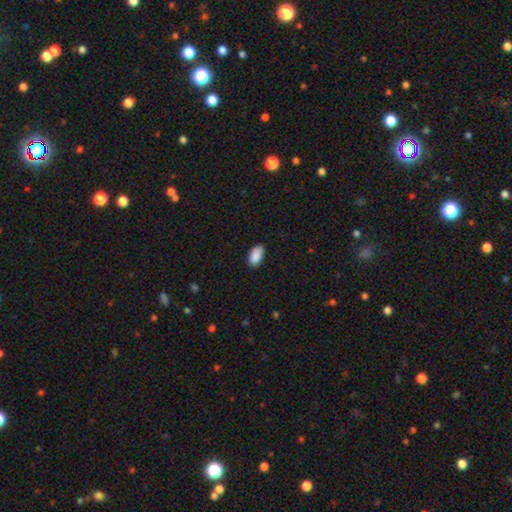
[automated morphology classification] smooth-or-featured: smooth: 90% | star or artifact: 7% | featured or disk: 3%
  how-rounded: in between: 94% | round: 3% | cigar-shaped: 3%
  merging: none: 83% | minor disturbance: 13% | major disturbance: 2% | merger: 1%